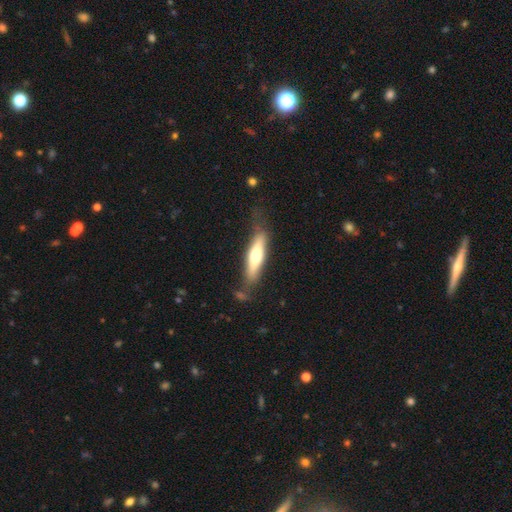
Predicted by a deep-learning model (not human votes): Smooth or featured: smooth — 55% (featured or disk — 40%)
How rounded: cigar-shaped — 73% (in between — 25%)
Merging: none — 68% (minor disturbance — 20%)